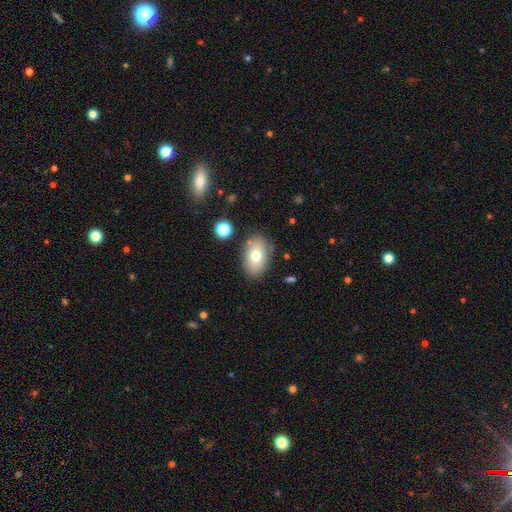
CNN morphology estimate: This appears to be a smooth galaxy with no disk features (73%) that is in between round and cigar-shaped (89%). Merging: none (81%).